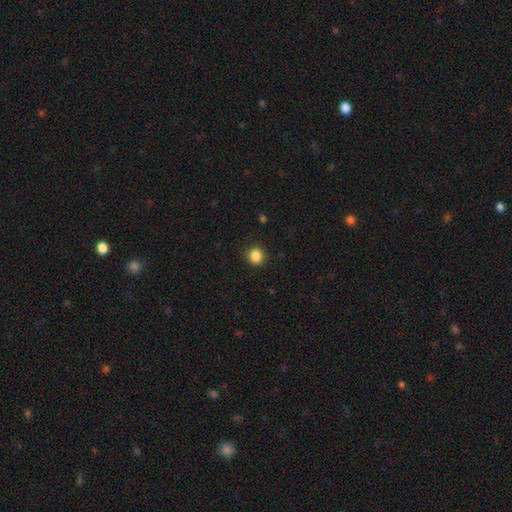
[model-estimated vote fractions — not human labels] Smooth or featured?
  - smooth: 86% *
  - star or artifact: 11%
  - featured or disk: 3%
How rounded?
  - round: 85% *
  - in between: 14%
  - cigar-shaped: 1%
Merging?
  - none: 89% *
  - minor disturbance: 7%
  - major disturbance: 2%
  - merger: 1%